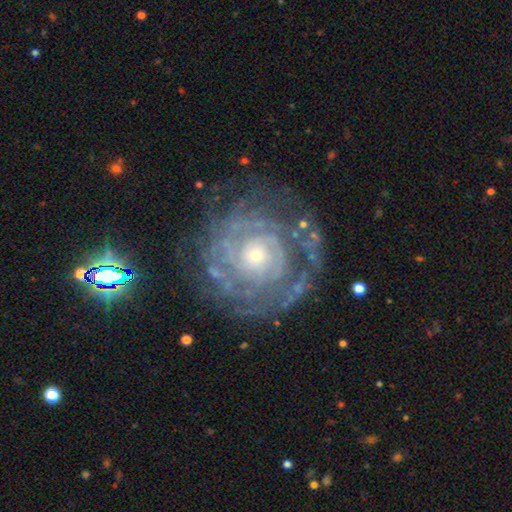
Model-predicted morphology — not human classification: smooth_or_featured: featured or disk (p=0.87) [alt: smooth p=0.07]
disk_edge_on: no (p=0.98) [alt: yes p=0.02]
bar: no (p=0.80) [alt: weak p=0.16]
has_spiral_arms: yes (p=0.94) [alt: no p=0.06]
spiral_winding: tight (p=0.76) [alt: medium p=0.19]
spiral_arm_count: can't tell (p=0.36) [alt: 4 p=0.15]
bulge_size: small (p=0.68) [alt: moderate p=0.26]
merging: none (p=0.70) [alt: minor disturbance p=0.16]